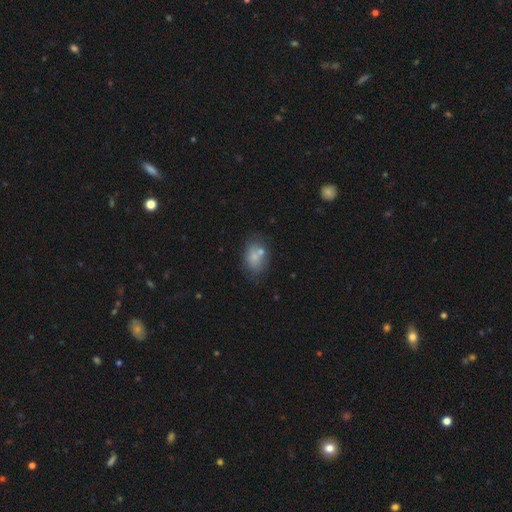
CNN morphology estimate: smooth 72%, featured or disk 18%, star or artifact 10%. Down the decision tree: how rounded — in between (78%); merging — none (53%).